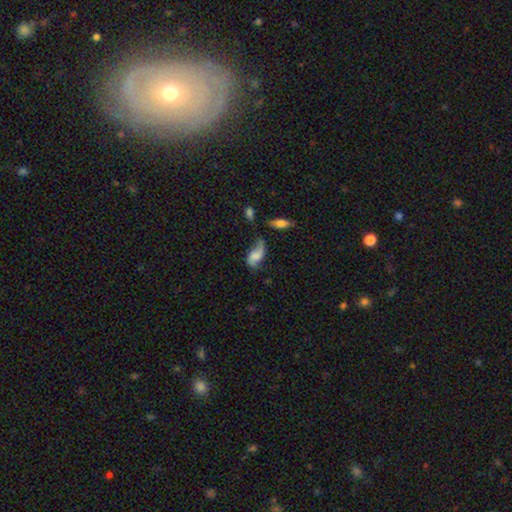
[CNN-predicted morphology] smooth_or_featured: featured or disk (p=0.57) [alt: smooth p=0.34]
disk_edge_on: no (p=0.93) [alt: yes p=0.07]
bar: no (p=0.58) [alt: weak p=0.34]
has_spiral_arms: yes (p=0.88) [alt: no p=0.12]
bulge_size: none (p=0.39) [alt: moderate p=0.22]
merging: none (p=0.46) [alt: minor disturbance p=0.27]